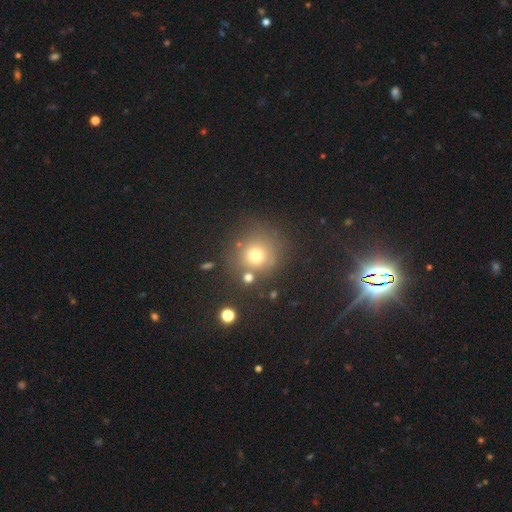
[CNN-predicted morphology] A smooth galaxy with no disk features (71%) that is round (90%). Merging: none (74%).